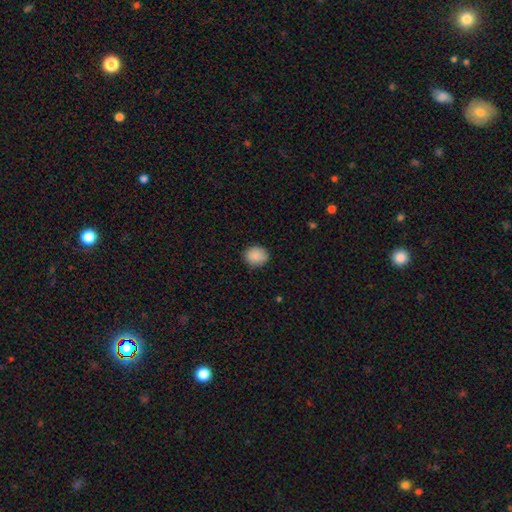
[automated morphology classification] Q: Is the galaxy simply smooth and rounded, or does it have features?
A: smooth — 88%.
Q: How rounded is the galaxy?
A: round — 68%.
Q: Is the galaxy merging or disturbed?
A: none — 85%.